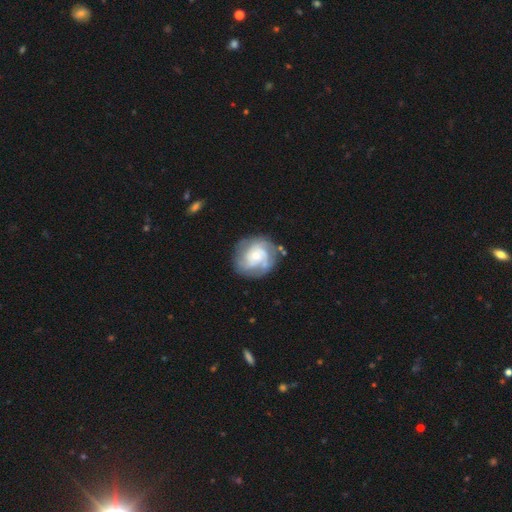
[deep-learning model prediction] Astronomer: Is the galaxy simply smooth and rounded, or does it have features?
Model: featured or disk — 74%.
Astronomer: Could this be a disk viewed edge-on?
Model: no — 98%.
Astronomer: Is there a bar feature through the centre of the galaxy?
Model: no — 76%.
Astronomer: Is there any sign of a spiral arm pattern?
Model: yes — 89%.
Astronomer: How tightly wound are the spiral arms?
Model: tight — 55% (runner-up: medium, 33%).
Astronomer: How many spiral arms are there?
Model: can't tell — 33% (runner-up: 3, 25%).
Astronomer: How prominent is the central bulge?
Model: small — 56% (runner-up: moderate, 35%).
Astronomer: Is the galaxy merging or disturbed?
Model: none — 73%.